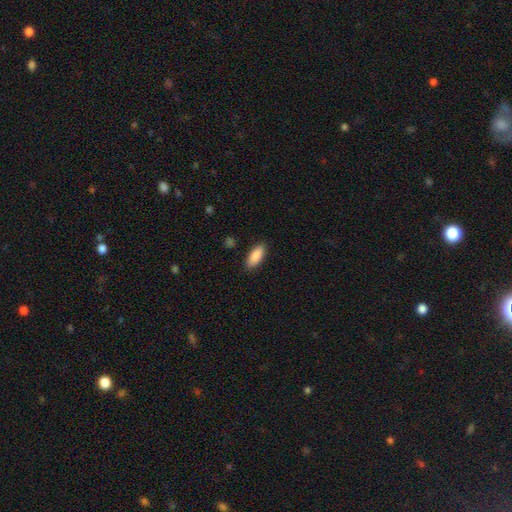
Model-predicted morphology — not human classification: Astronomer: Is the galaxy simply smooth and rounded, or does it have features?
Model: smooth — 89%.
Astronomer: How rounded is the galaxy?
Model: in between — 78%.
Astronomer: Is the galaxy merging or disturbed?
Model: none — 88%.